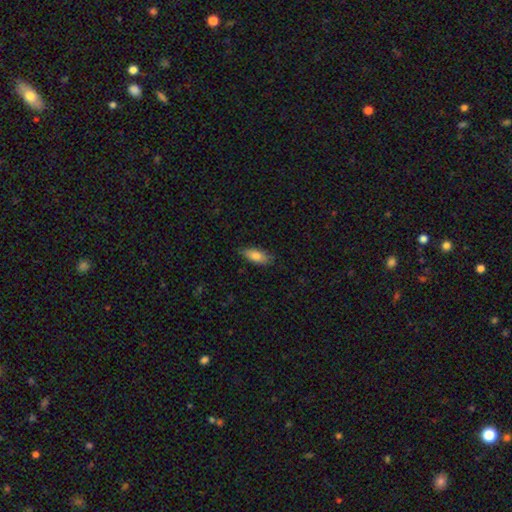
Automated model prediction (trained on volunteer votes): Smooth or featured? Predicted: smooth (p=0.81). How rounded? Predicted: in between (p=0.80). Merging? Predicted: none (p=0.80).